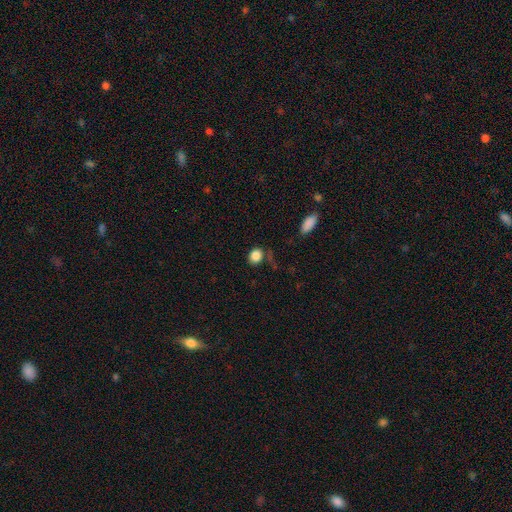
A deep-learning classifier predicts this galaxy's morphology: This is clearly a smooth galaxy (85%). How rounded: possibly round (53%). Merging: likely none (70%).